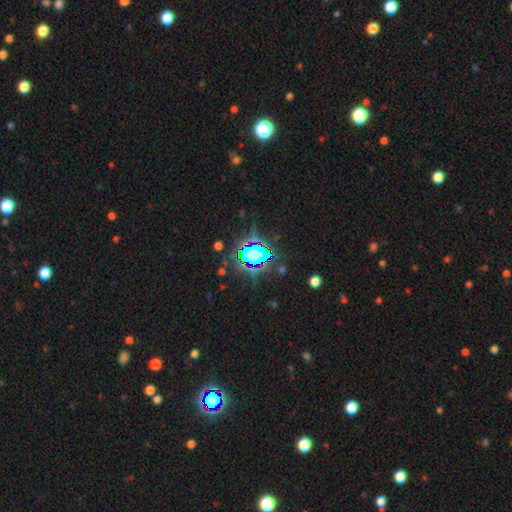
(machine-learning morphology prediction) Q: Smooth or featured?
A: star or artifact (81%); runner-up: smooth (12%)